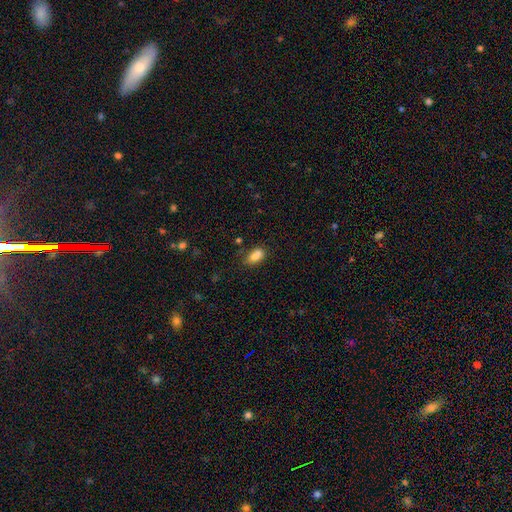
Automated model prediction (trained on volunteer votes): Q: Smooth or featured?
A: smooth (81%); runner-up: star or artifact (10%)
Q: How rounded?
A: in between (84%); runner-up: round (11%)
Q: Merging?
A: none (54%); runner-up: merger (22%)